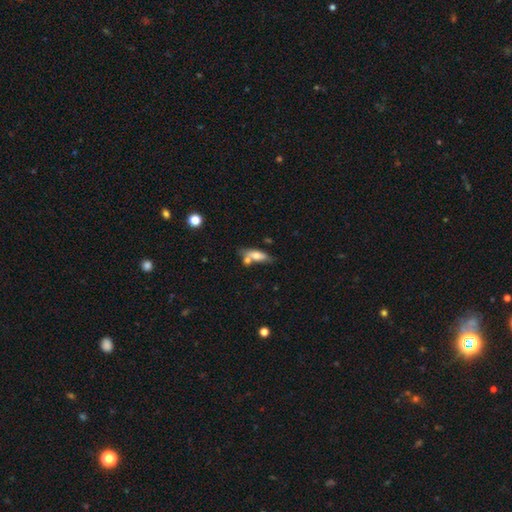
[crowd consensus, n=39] smooth-or-featured: smooth: 79% | featured or disk: 18% | star or artifact: 3%
  how-rounded: in between: 55% | cigar-shaped: 45% | round: 0%
  merging: none: 63% | merger: 16% | minor disturbance: 13% | major disturbance: 8%